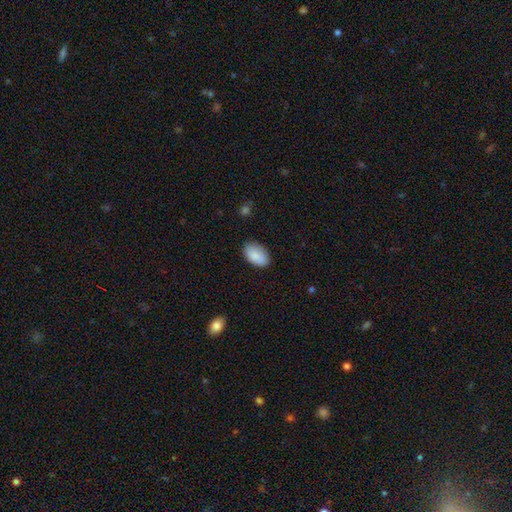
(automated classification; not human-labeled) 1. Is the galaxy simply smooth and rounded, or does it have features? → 89% smooth, 6% star or artifact, 5% featured or disk.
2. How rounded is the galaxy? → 94% in between, 5% round, 1% cigar-shaped.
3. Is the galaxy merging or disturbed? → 84% none, 13% minor disturbance, 3% major disturbance, 1% merger.